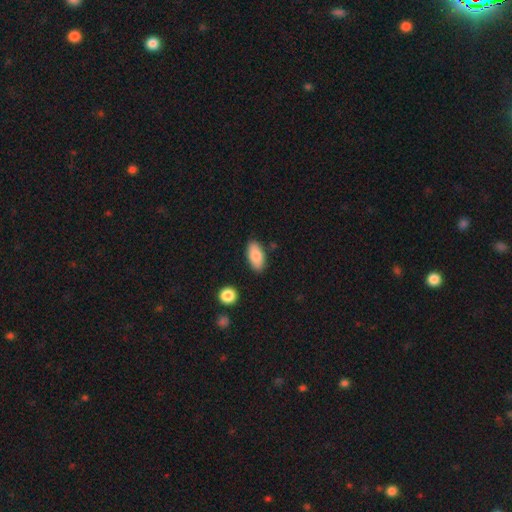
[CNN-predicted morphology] Smooth or featured: smooth — 83% (featured or disk — 11%)
How rounded: in between — 92% (cigar-shaped — 5%)
Merging: none — 84% (minor disturbance — 11%)